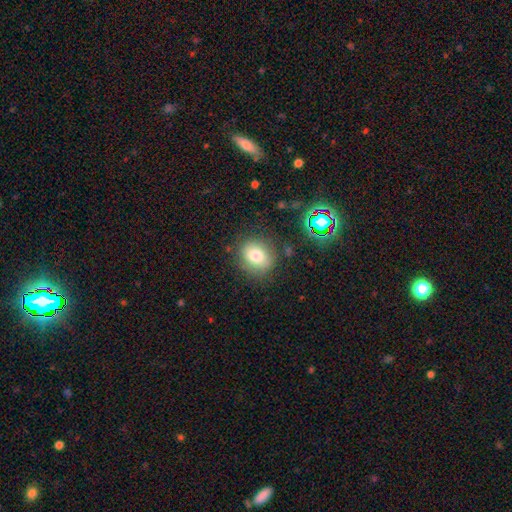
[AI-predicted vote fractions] Smooth or featured: smooth — 77% (star or artifact — 12%)
How rounded: round — 68% (in between — 31%)
Merging: none — 80% (minor disturbance — 13%)